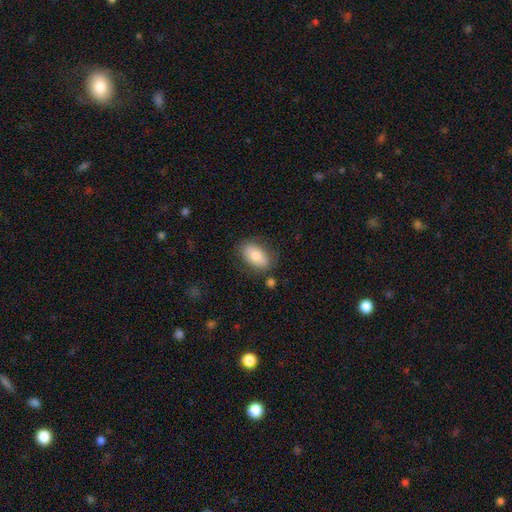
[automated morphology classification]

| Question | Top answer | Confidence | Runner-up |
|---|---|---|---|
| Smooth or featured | smooth | 76% | featured or disk (17%) |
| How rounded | in between | 92% | round (6%) |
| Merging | none | 77% | minor disturbance (15%) |